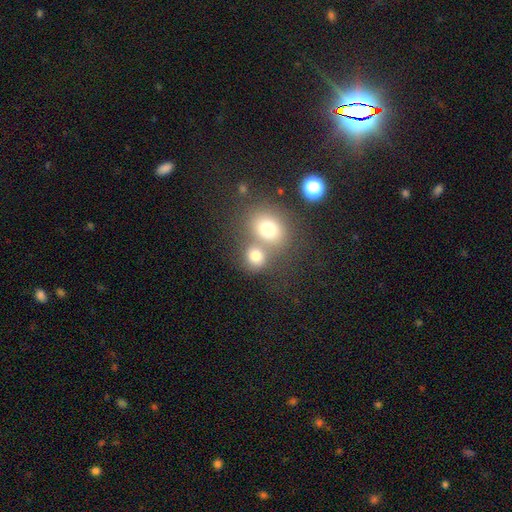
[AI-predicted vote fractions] This is likely a smooth galaxy (76%). How rounded: likely round (71%). Merging: marginally merger (45%).